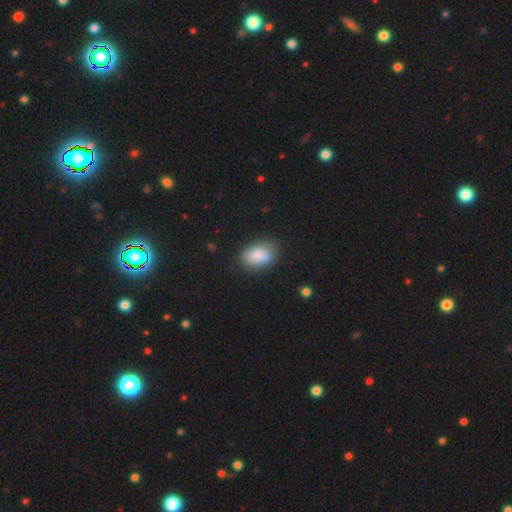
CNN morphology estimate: smooth_or_featured: smooth (p=0.79) [alt: featured or disk p=0.13]
how_rounded: in between (p=0.83) [alt: round p=0.15]
merging: none (p=0.70) [alt: minor disturbance p=0.19]